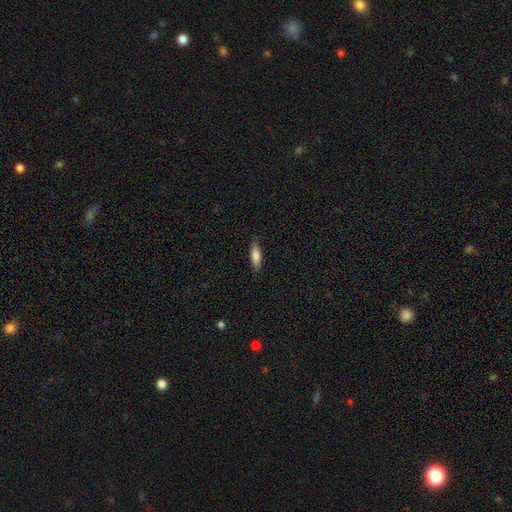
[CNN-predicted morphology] A smooth galaxy with no disk features (82%) that is cigar-shaped (51%).

Vote fractions:
- Smooth or featured? smooth: 82% / featured or disk: 12% / star or artifact: 6%
- How rounded? cigar-shaped: 51% / in between: 47% / round: 2%
- Merging? none: 86% / minor disturbance: 11% / major disturbance: 2% / merger: 1%